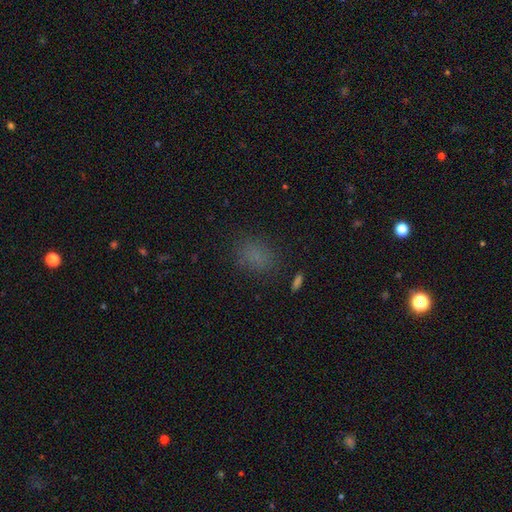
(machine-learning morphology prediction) smooth 75%, star or artifact 19%, featured or disk 6%. Down the decision tree: how rounded — in between (63%); merging — none (79%).